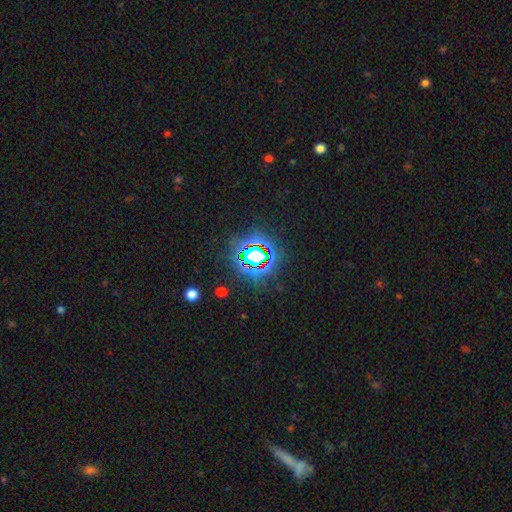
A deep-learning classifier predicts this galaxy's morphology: A star or artifact, not a galaxy (75%).